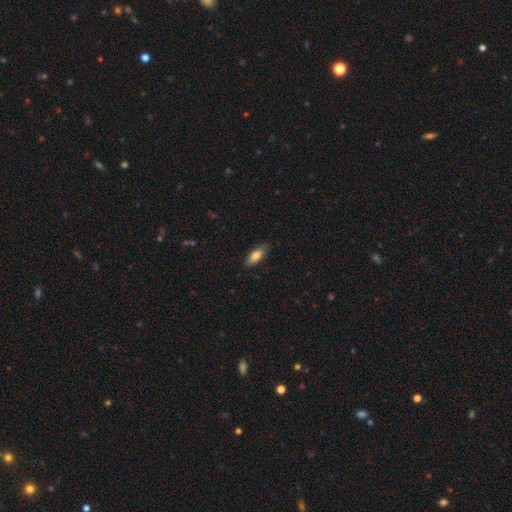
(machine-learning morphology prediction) This appears to be a smooth galaxy with no disk features (81%) that is in between round and cigar-shaped (70%). Merging: none (82%).